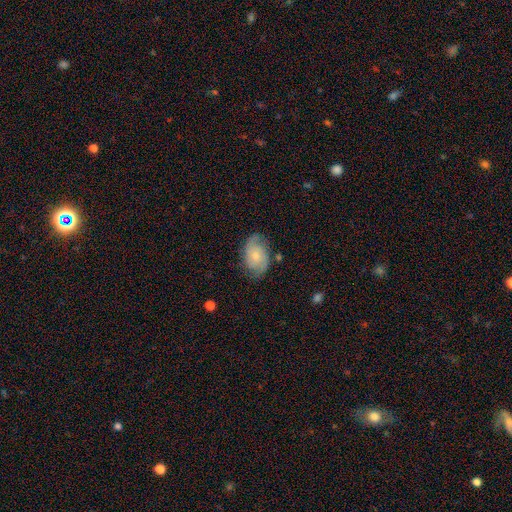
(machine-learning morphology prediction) smooth-or-featured: featured or disk: 56% | smooth: 37% | star or artifact: 7%
  disk-edge-on: no: 96% | yes: 4%
    bar: no: 72% | weak: 25% | strong: 3%
    has-spiral-arms: yes: 87% | no: 13%
    bulge-size: small: 52% | moderate: 38% | none: 5% | large: 3% | dominant: 1%
  merging: none: 71% | minor disturbance: 20% | major disturbance: 6% | merger: 2%